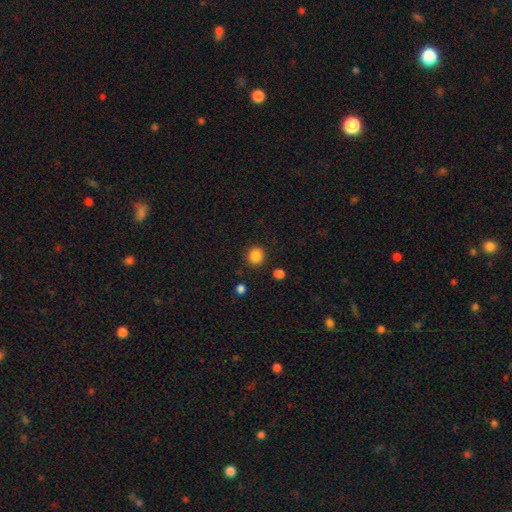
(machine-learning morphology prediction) A smooth galaxy with no disk features (86%) that is round (90%).

Vote fractions:
- Smooth or featured? smooth: 86% / star or artifact: 11% / featured or disk: 3%
- How rounded? round: 90% / in between: 9% / cigar-shaped: 1%
- Merging? none: 88% / minor disturbance: 7% / merger: 3% / major disturbance: 2%